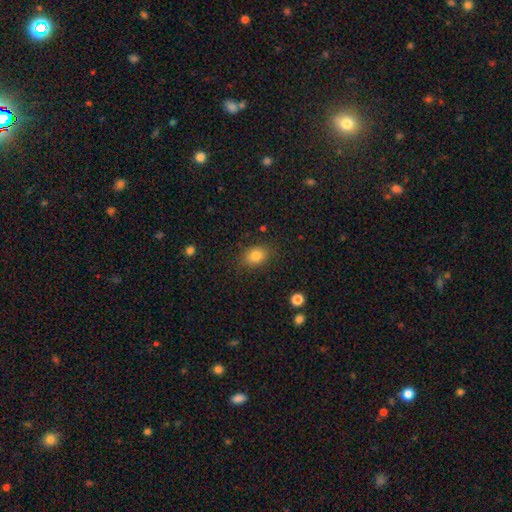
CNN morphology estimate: A smooth galaxy with no disk features (83%) that is in between round and cigar-shaped (68%). Merging: none (83%).